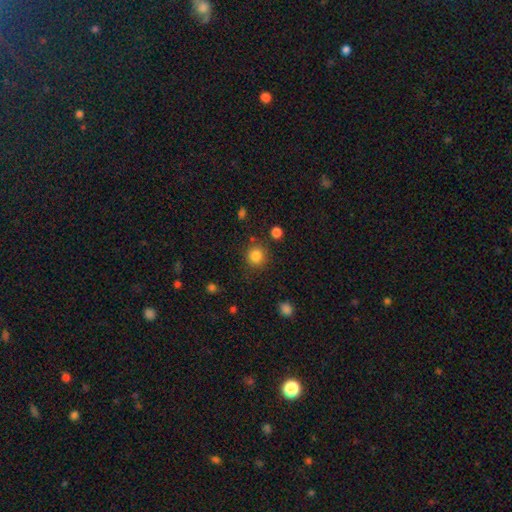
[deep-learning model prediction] Morphology: type=smooth (84%); roundness=round (92%); merging=none (85%).